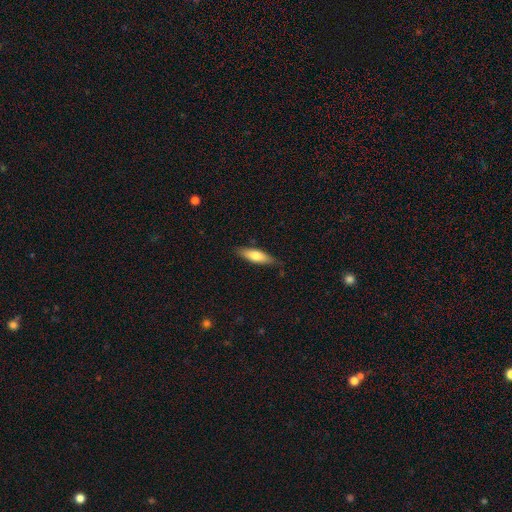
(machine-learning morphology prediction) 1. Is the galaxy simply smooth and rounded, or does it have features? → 73% smooth, 22% featured or disk, 6% star or artifact.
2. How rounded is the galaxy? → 53% cigar-shaped, 45% in between, 2% round.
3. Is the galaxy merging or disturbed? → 80% none, 16% minor disturbance, 3% major disturbance, 1% merger.